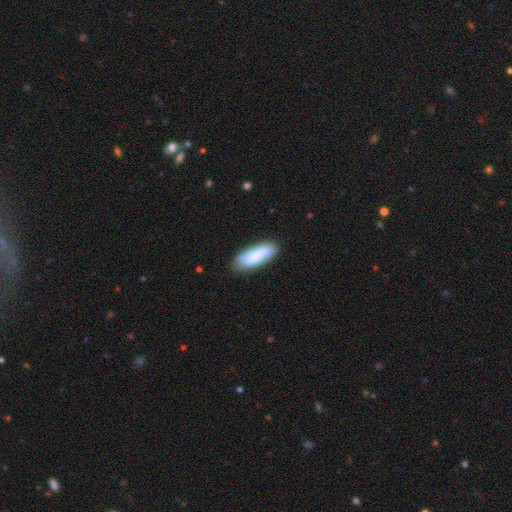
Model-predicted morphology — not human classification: The model was most divided on "how rounded": in between: 65%, cigar-shaped: 33%, round: 2%. More confident: smooth or featured — smooth (82%); merging — none (77%).